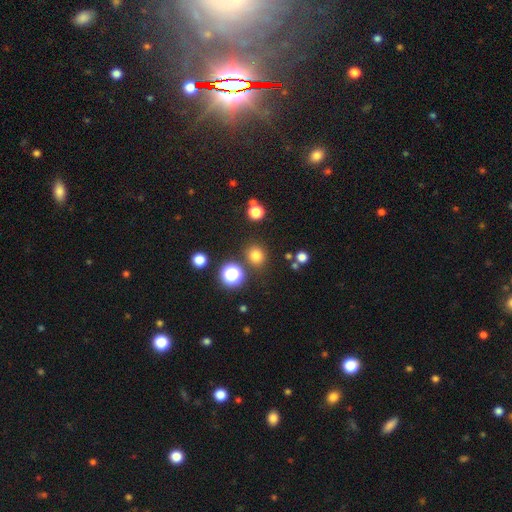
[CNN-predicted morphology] A smooth galaxy with no disk features (77%) that is round (83%). Merging: none (84%).